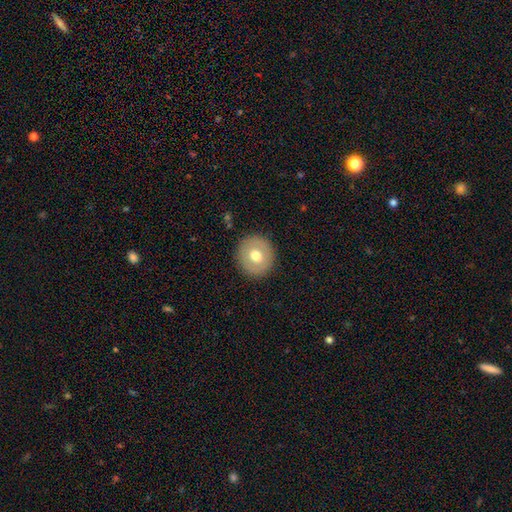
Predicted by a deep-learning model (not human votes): smooth-or-featured: smooth: 62% | featured or disk: 30% | star or artifact: 7%
  how-rounded: round: 91% | in between: 8% | cigar-shaped: 1%
  merging: none: 90% | minor disturbance: 7% | major disturbance: 2% | merger: 1%